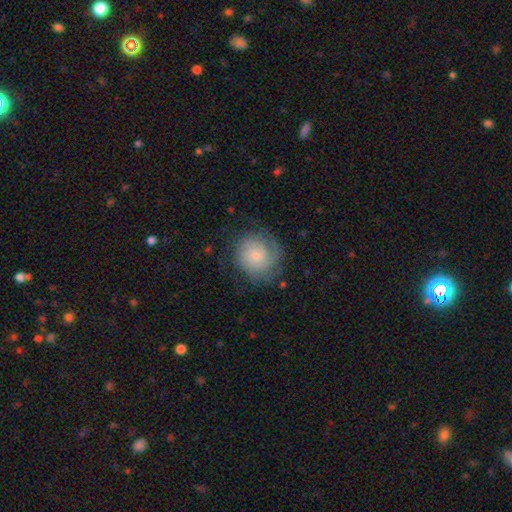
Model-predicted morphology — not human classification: A featured or disk galaxy (63%) with no bar (69%), tight (65%) spiral arms (92%) and a small central bulge (67%).

Vote fractions:
- Smooth or featured? featured or disk: 63% / smooth: 30% / star or artifact: 7%
- Edge-on disk? no: 98% / yes: 2%
- Bar? no: 69% / weak: 28% / strong: 3%
- Spiral arms? yes: 92% / no: 8%
- Spiral winding? tight: 65% / medium: 26% / loose: 9%
- Spiral arm count? can't tell: 35% / 2: 31% / 3: 15% / 1: 9% / 4: 5% / more than 4: 4%
- Bulge size? small: 67% / moderate: 24% / none: 5% / large: 2% / dominant: 1%
- Merging? none: 72% / minor disturbance: 18% / major disturbance: 9% / merger: 1%